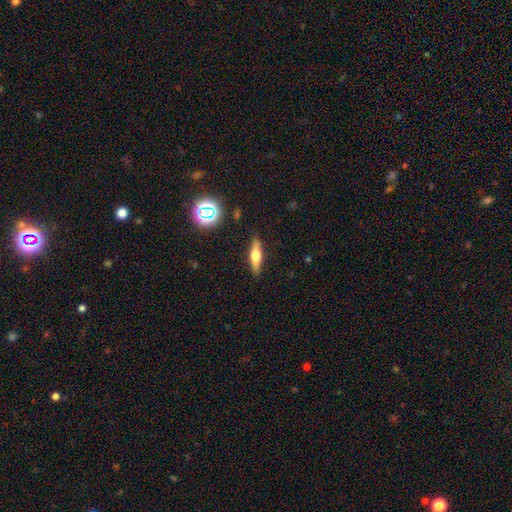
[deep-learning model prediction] The model was most divided on "smooth or featured": featured or disk: 46%, smooth: 45%, star or artifact: 9%. More confident: merging — none (88%).